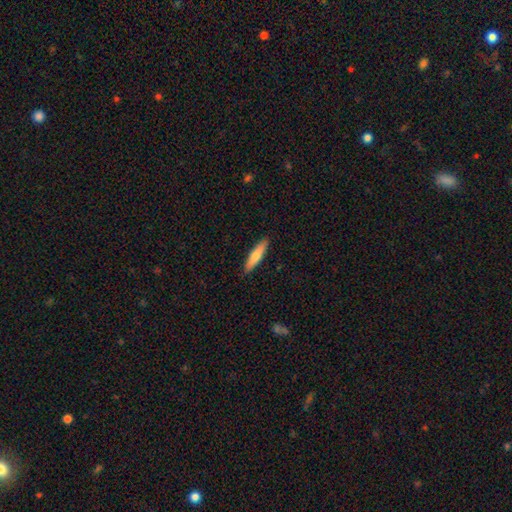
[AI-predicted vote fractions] smooth_or_featured: smooth (p=0.69) [alt: featured or disk p=0.26]
how_rounded: cigar-shaped (p=0.81) [alt: in between p=0.17]
merging: none (p=0.90) [alt: minor disturbance p=0.07]